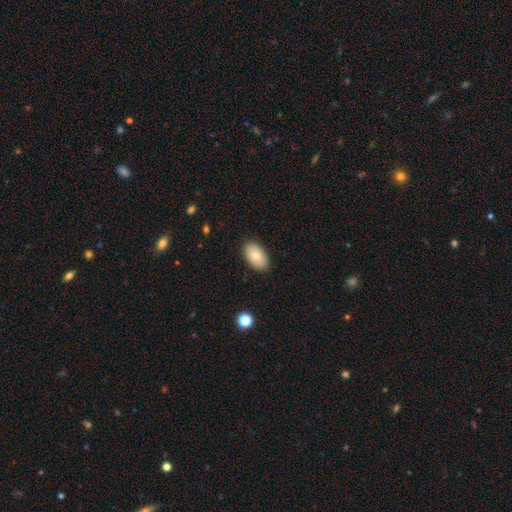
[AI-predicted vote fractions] Overall: smooth (81%). How rounded: in between (95%). Merging: none (88%).